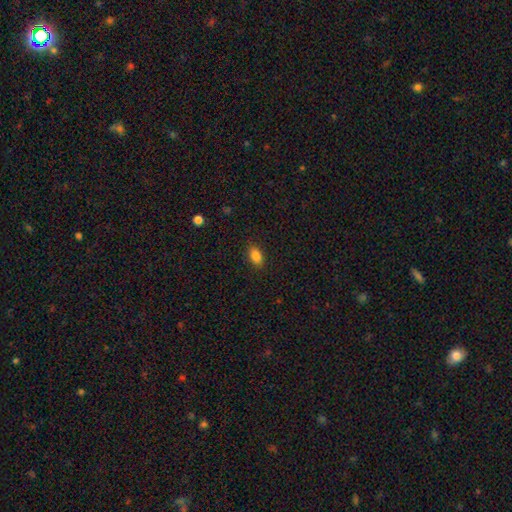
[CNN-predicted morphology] Smooth or featured: smooth — 86% (star or artifact — 9%)
How rounded: in between — 88% (round — 10%)
Merging: none — 88% (minor disturbance — 9%)